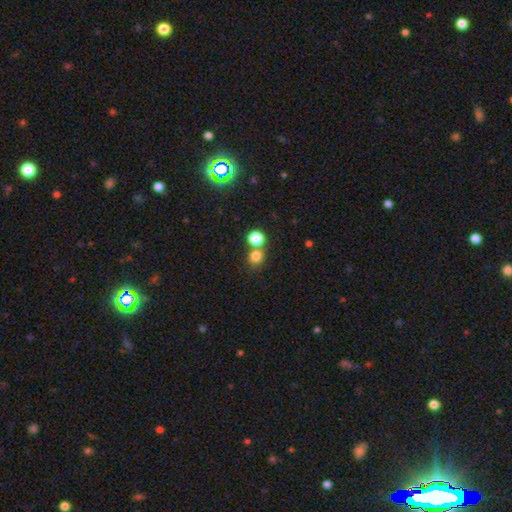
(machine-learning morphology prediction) smooth_or_featured: smooth (p=0.79) [alt: star or artifact p=0.15]
how_rounded: round (p=0.81) [alt: in between p=0.18]
merging: none (p=0.58) [alt: merger p=0.31]